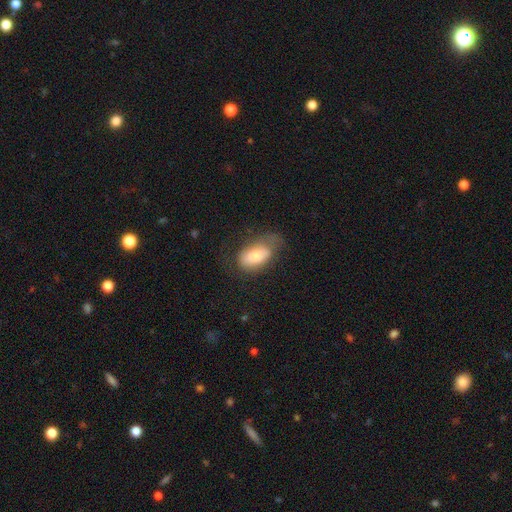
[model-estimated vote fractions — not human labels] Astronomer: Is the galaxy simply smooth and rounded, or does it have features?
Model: smooth — 72%.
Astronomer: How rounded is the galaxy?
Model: in between — 93%.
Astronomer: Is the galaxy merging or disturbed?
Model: none — 43% (runner-up: minor disturbance, 31%).